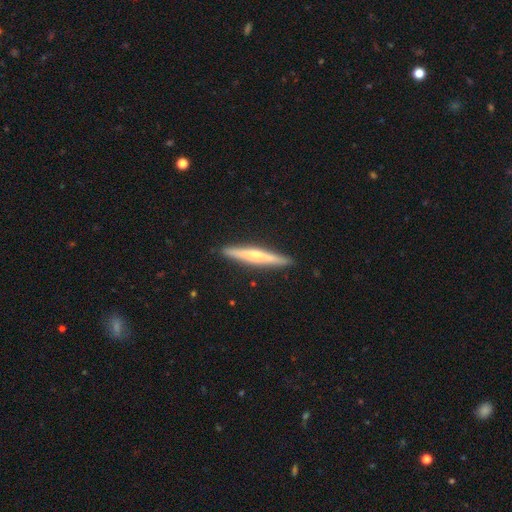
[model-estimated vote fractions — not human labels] Morphology: type=featured or disk (61%); edge-on=yes (97%); edge-on bulge=rounded (72%); merging=none (92%).